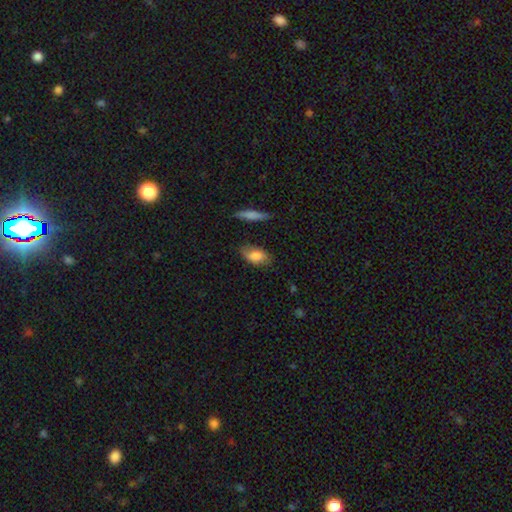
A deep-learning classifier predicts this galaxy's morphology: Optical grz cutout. It shows a smooth galaxy with no disk features (81%) that is in between round and cigar-shaped (90%). Merging: none (72%).